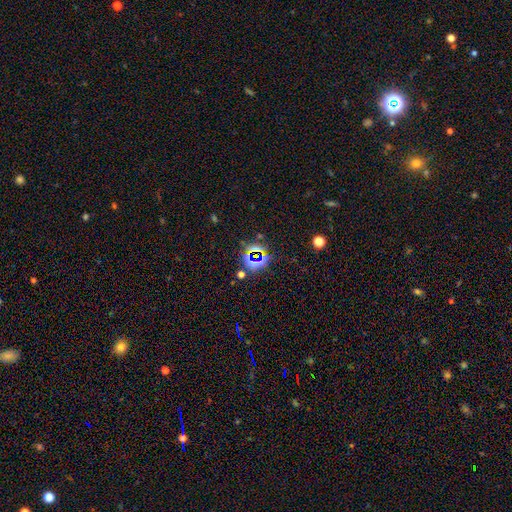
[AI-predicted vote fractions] smooth-or-featured: star or artifact: 71% | smooth: 20% | featured or disk: 9%